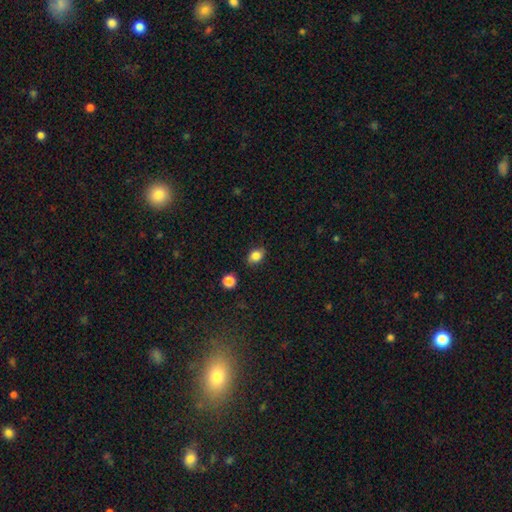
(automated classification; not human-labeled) This is clearly a smooth galaxy (83%). How rounded: likely in between (67%). Merging: clearly none (81%).